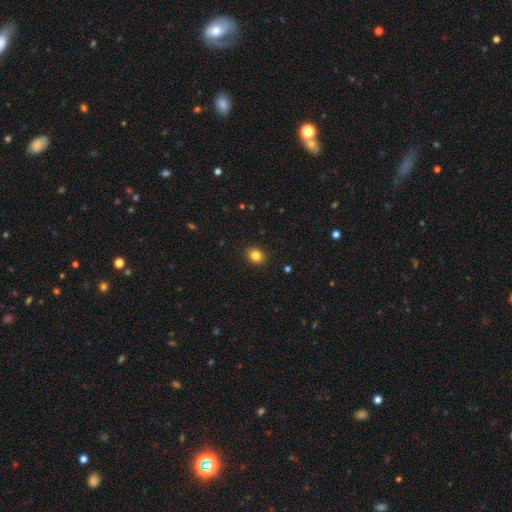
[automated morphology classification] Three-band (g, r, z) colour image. It shows a smooth galaxy with no disk features (84%) that is round (55%). Merging: none (91%).